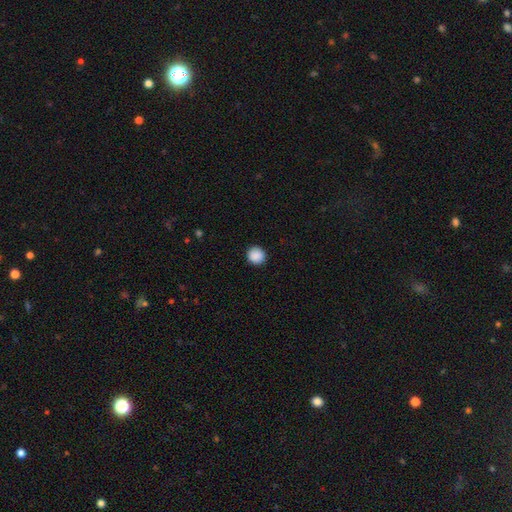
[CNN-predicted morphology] The model was most divided on "smooth or featured": smooth: 89%, star or artifact: 8%, featured or disk: 2%. More confident: how rounded — round (92%); merging — none (92%).